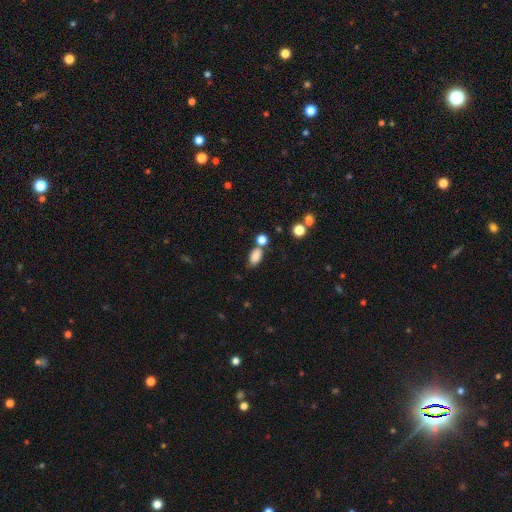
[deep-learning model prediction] A smooth galaxy with no disk features (84%) that is in between round and cigar-shaped (86%). Merging: none (56%).